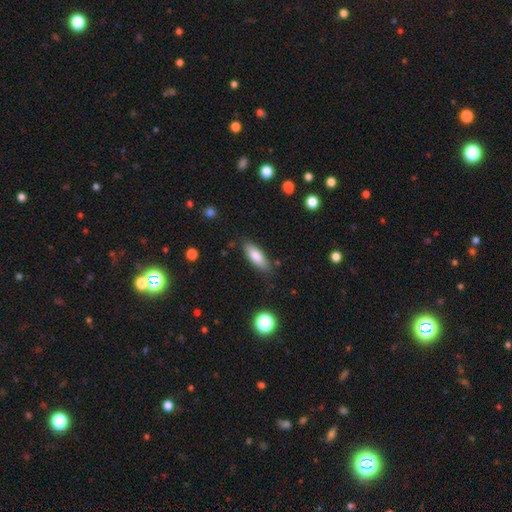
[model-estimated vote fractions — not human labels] Smooth or featured?
  - smooth: 79% *
  - featured or disk: 14%
  - star or artifact: 7%
How rounded?
  - in between: 62% *
  - cigar-shaped: 36%
  - round: 2%
Merging?
  - none: 82% *
  - minor disturbance: 13%
  - major disturbance: 3%
  - merger: 2%